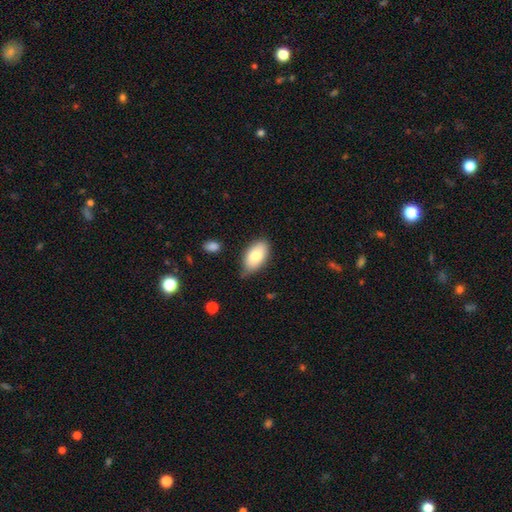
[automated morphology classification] Smooth or featured? smooth (80%)
How rounded? in between (94%)
Merging? none (68%)